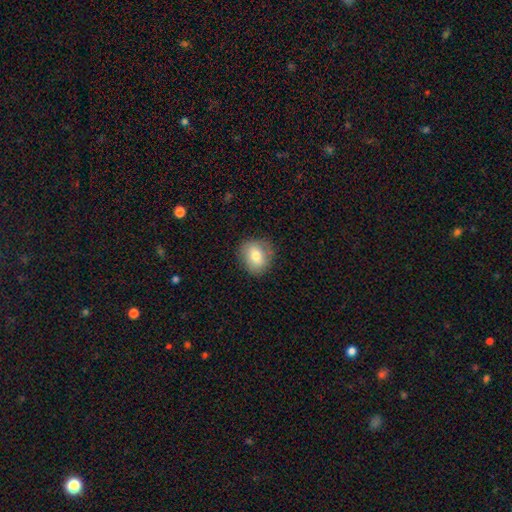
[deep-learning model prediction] Q: Smooth or featured?
A: smooth (75%); runner-up: featured or disk (17%)
Q: How rounded?
A: round (68%); runner-up: in between (31%)
Q: Merging?
A: none (81%); runner-up: minor disturbance (14%)